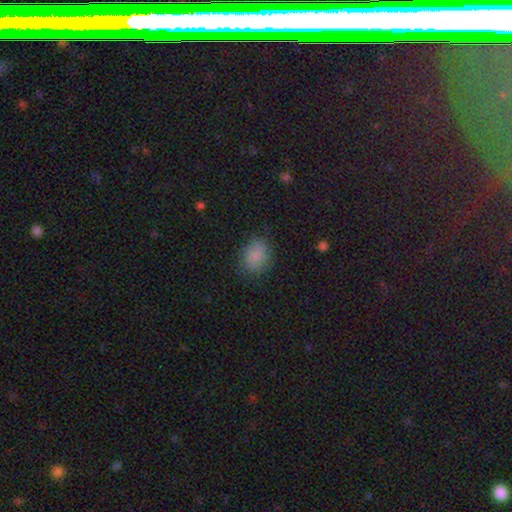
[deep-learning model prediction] Smooth or featured: smooth — 83% (star or artifact — 10%)
How rounded: in between — 53% (round — 46%)
Merging: none — 79% (minor disturbance — 15%)